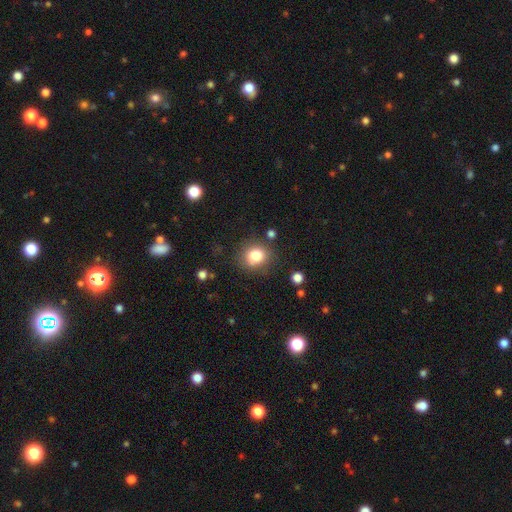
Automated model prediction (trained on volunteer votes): A smooth galaxy with no disk features (81%) that is round (76%).

Vote fractions:
- Smooth or featured? smooth: 81% / star or artifact: 11% / featured or disk: 8%
- How rounded? round: 76% / in between: 23% / cigar-shaped: 1%
- Merging? none: 78% / minor disturbance: 14% / merger: 4% / major disturbance: 4%